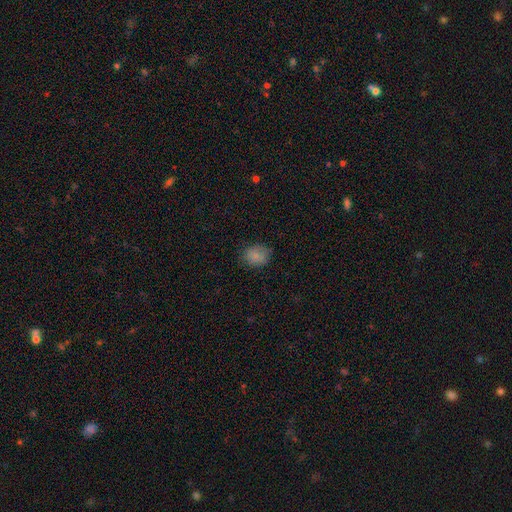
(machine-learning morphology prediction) Smooth or featured: smooth — 84% (star or artifact — 10%)
How rounded: round — 57% (in between — 42%)
Merging: none — 79% (minor disturbance — 16%)